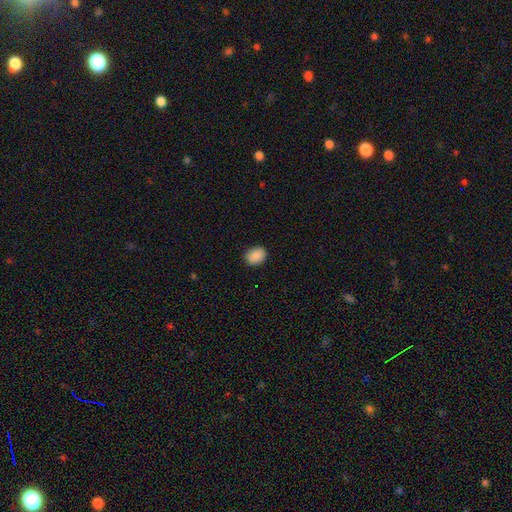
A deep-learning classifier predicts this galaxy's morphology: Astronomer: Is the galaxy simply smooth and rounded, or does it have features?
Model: smooth — 89%.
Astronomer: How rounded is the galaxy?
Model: in between — 61% (runner-up: round, 38%).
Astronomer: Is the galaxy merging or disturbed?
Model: none — 87%.